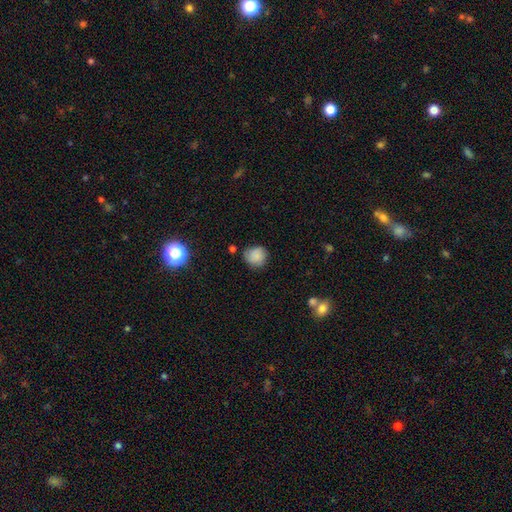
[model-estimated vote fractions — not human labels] The model was most divided on "merging": none: 69%, minor disturbance: 22%, major disturbance: 5%, merger: 4%. More confident: how rounded — round (85%); smooth or featured — smooth (80%).